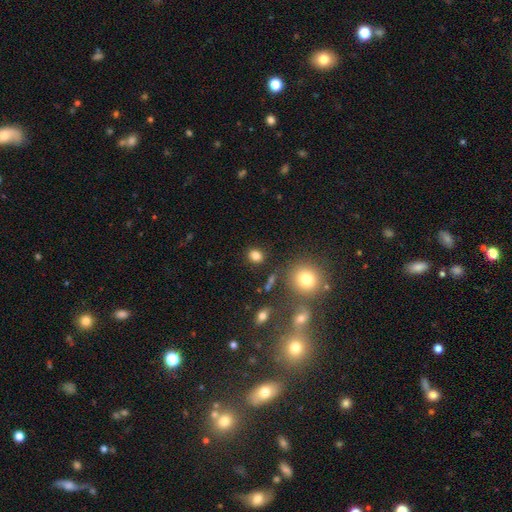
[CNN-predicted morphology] Smooth or featured: smooth — 82% (star or artifact — 12%)
How rounded: round — 59% (in between — 39%)
Merging: none — 85% (minor disturbance — 8%)